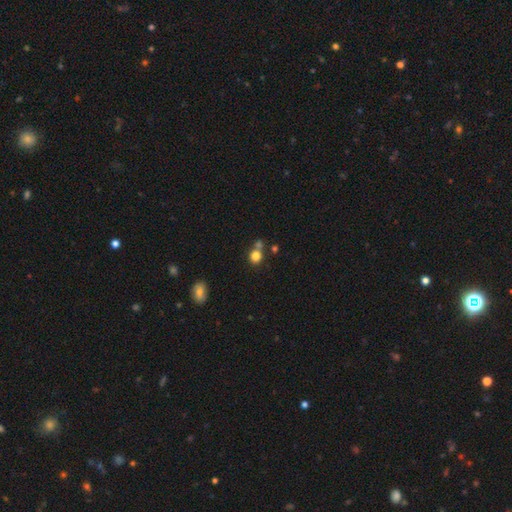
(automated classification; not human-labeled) Q: Smooth or featured?
A: smooth (80%); runner-up: star or artifact (13%)
Q: How rounded?
A: round (83%); runner-up: in between (16%)
Q: Merging?
A: none (59%); runner-up: merger (29%)